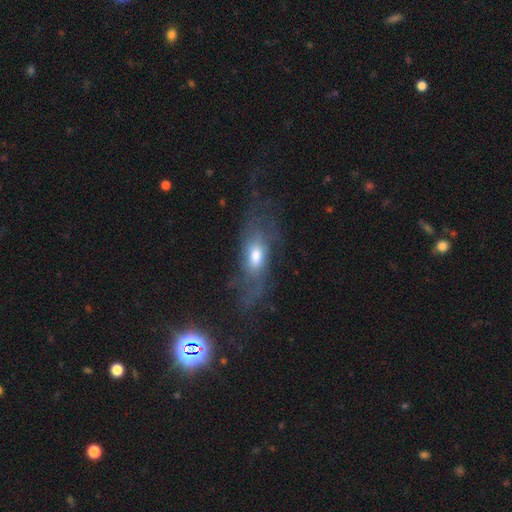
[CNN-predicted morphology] This is possibly a featured or disk galaxy (54%). It is likely not viewed edge-on (77%). Merging: possibly none (51%).